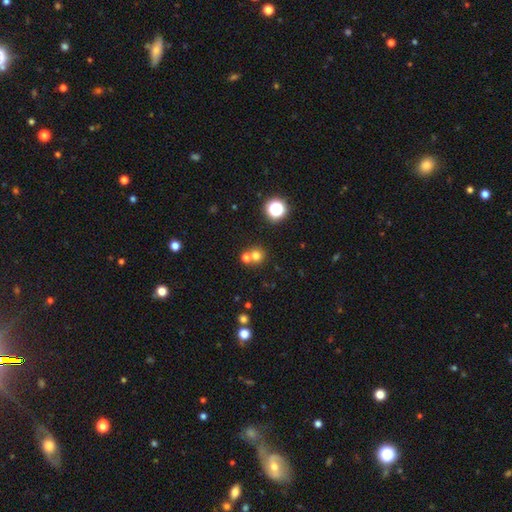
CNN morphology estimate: Smooth or featured? Predicted: smooth (p=0.70). How rounded? Predicted: round (p=0.89). Merging? Predicted: none (p=0.55).